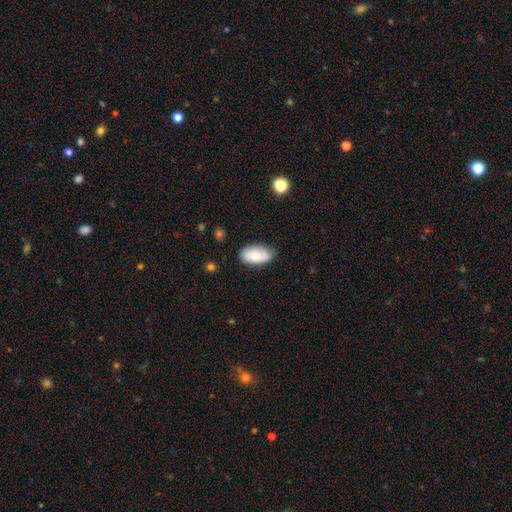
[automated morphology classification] A smooth galaxy with no disk features (76%) that is in between round and cigar-shaped (94%).

Vote fractions:
- Smooth or featured? smooth: 76% / featured or disk: 17% / star or artifact: 7%
- How rounded? in between: 94% / round: 3% / cigar-shaped: 3%
- Merging? none: 72% / minor disturbance: 22% / major disturbance: 4% / merger: 2%